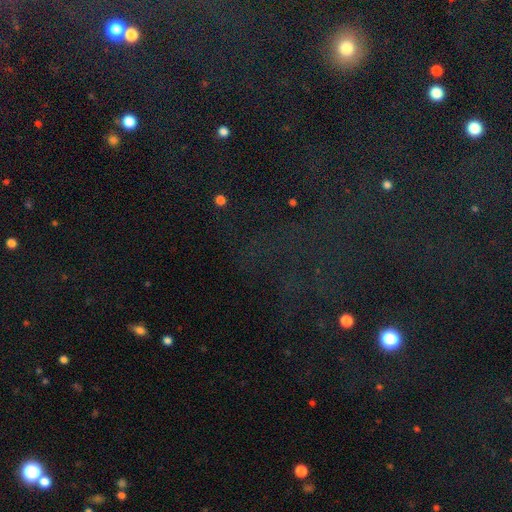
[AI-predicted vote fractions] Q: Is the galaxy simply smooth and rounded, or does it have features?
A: star or artifact — 74%.